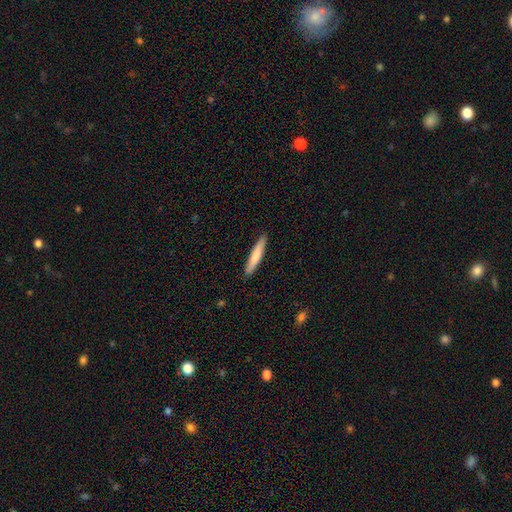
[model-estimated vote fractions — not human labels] Q: Smooth or featured?
A: smooth (77%); runner-up: featured or disk (18%)
Q: How rounded?
A: cigar-shaped (93%); runner-up: in between (6%)
Q: Merging?
A: none (90%); runner-up: minor disturbance (8%)